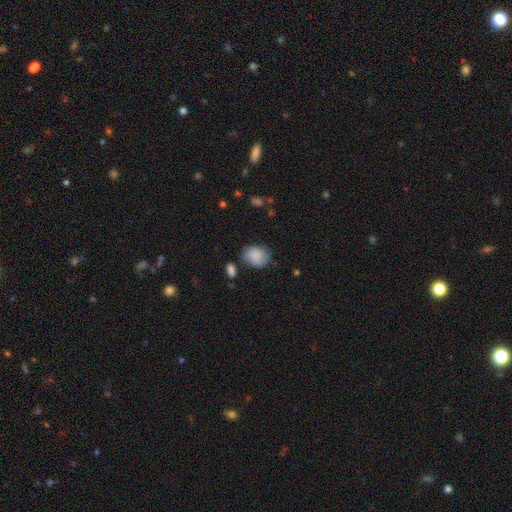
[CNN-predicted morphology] A smooth galaxy with no disk features (86%) that is round (52%). Merging: none (71%).